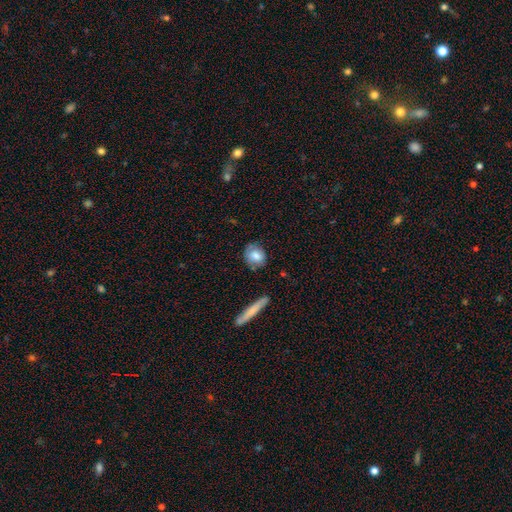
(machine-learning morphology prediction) Smooth or featured? Predicted: smooth (p=0.72). How rounded? Predicted: round (p=0.59). Merging? Predicted: none (p=0.67).